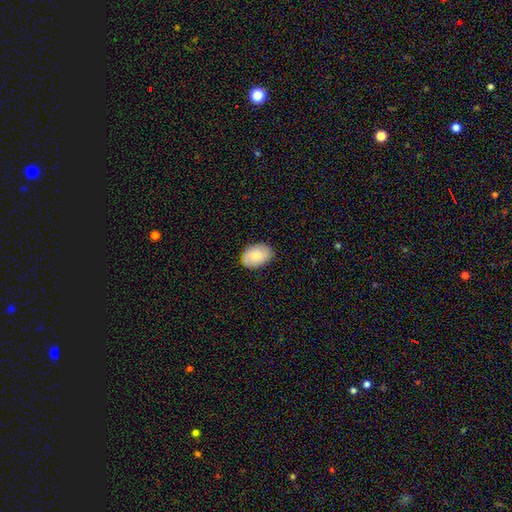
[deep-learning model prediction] smooth_or_featured: smooth (p=0.78) [alt: featured or disk p=0.15]
how_rounded: in between (p=0.81) [alt: round p=0.18]
merging: none (p=0.79) [alt: minor disturbance p=0.18]